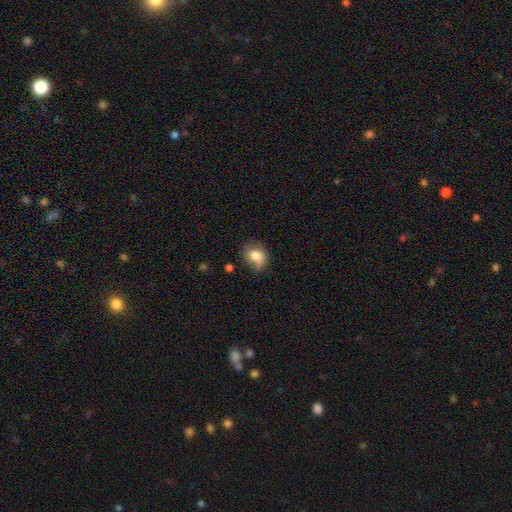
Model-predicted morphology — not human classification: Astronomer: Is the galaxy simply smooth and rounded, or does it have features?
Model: smooth — 74%.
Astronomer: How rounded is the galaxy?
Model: round — 59% (runner-up: in between, 40%).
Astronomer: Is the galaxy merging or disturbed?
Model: none — 55% (runner-up: minor disturbance, 31%).